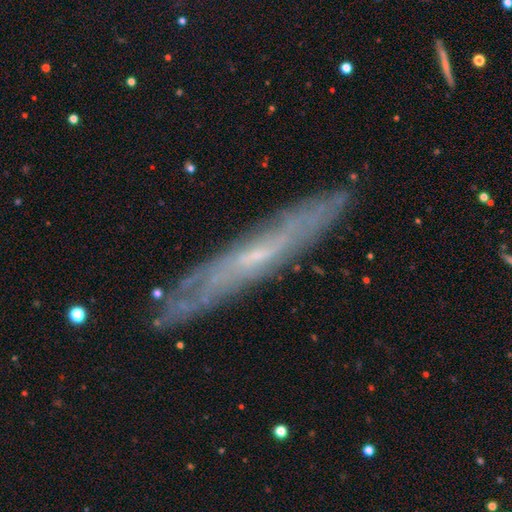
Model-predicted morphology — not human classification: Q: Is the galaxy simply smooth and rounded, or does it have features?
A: featured or disk — 71%.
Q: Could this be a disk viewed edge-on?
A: yes — 71%.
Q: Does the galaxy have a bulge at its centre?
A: none — 59%.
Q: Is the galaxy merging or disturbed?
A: none — 85%.